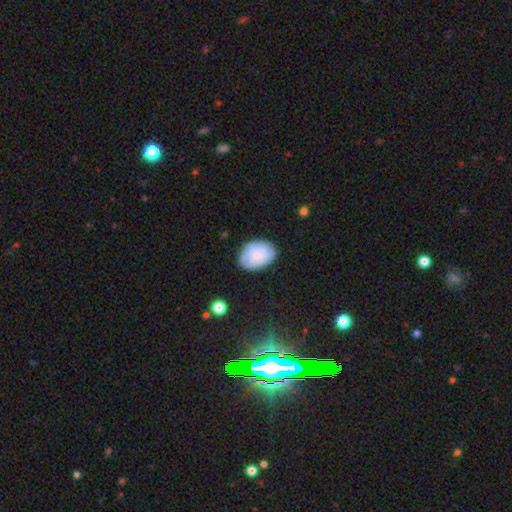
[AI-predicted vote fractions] This is possibly a smooth galaxy (51%). How rounded: likely in between (77%). Merging: likely none (78%).